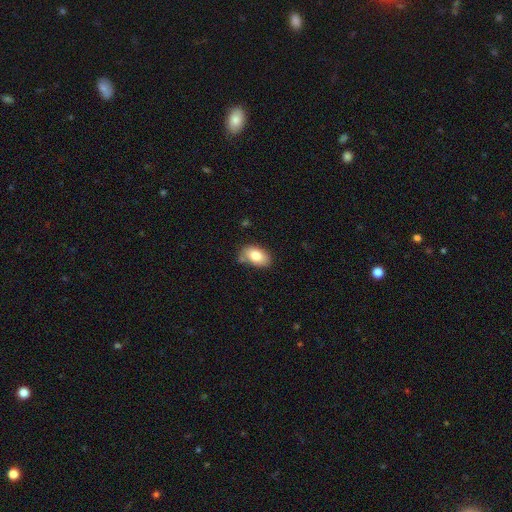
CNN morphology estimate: Smooth or featured? Predicted: smooth (p=0.82). How rounded? Predicted: in between (p=0.91). Merging? Predicted: none (p=0.69).